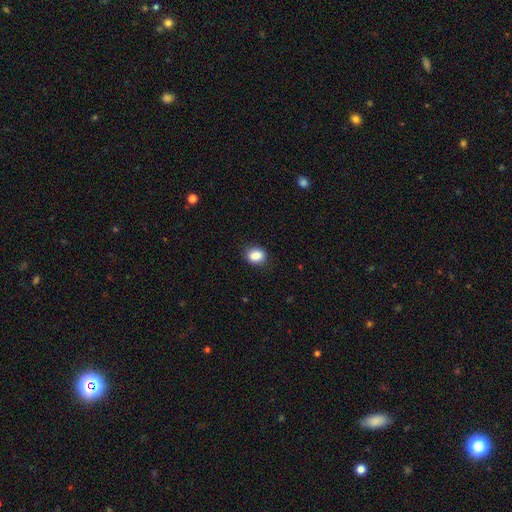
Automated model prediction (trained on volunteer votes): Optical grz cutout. It shows a smooth galaxy with no disk features (87%) that is in between round and cigar-shaped (54%). Merging: none (86%).